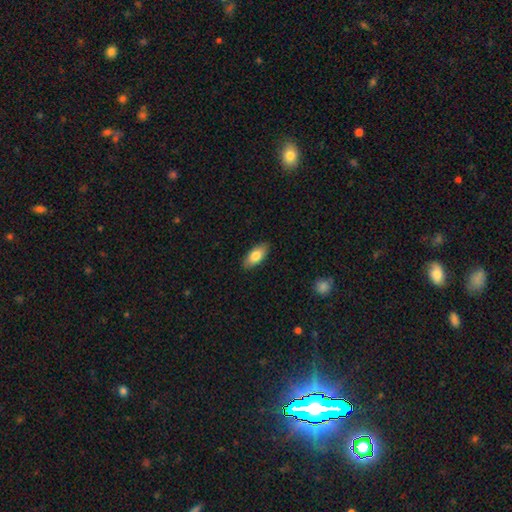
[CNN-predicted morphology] Smooth or featured? smooth (80%)
How rounded? in between (88%)
Merging? none (89%)